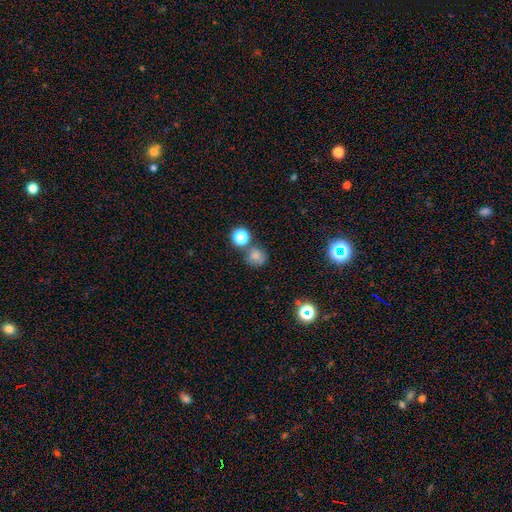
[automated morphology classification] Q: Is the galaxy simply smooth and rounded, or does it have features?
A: smooth — 74%.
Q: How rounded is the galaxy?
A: round — 82%.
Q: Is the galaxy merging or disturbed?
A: none — 62%.